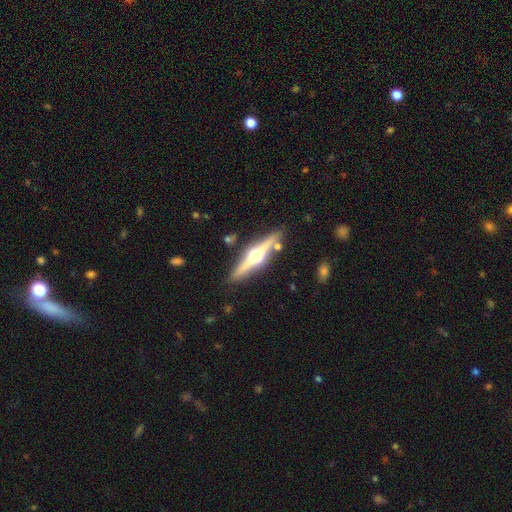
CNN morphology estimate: This is likely a featured or disk galaxy (78%). It is clearly viewed edge-on (97%). Edge-on bulge: clearly rounded (97%). Merging: clearly none (86%).